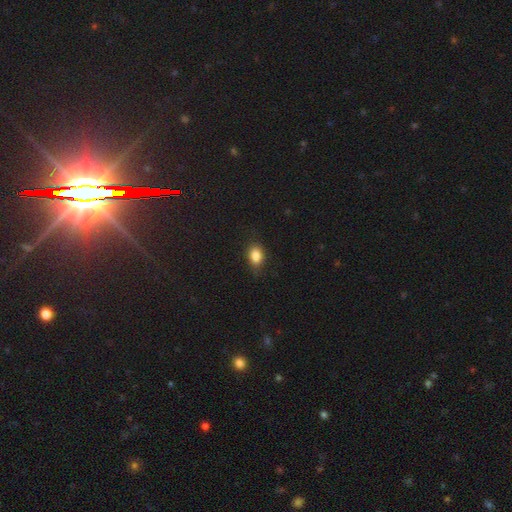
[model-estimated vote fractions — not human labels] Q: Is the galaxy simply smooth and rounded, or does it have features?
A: smooth — 85%.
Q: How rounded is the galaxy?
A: in between — 77%.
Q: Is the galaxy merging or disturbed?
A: none — 78%.